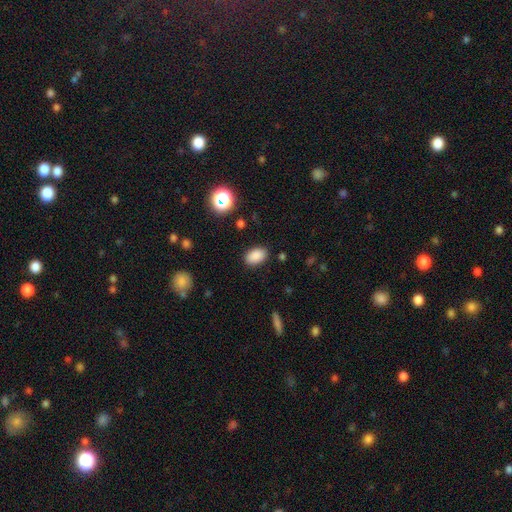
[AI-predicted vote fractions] This is clearly a smooth galaxy (87%). How rounded: clearly in between (88%). Merging: clearly none (87%).